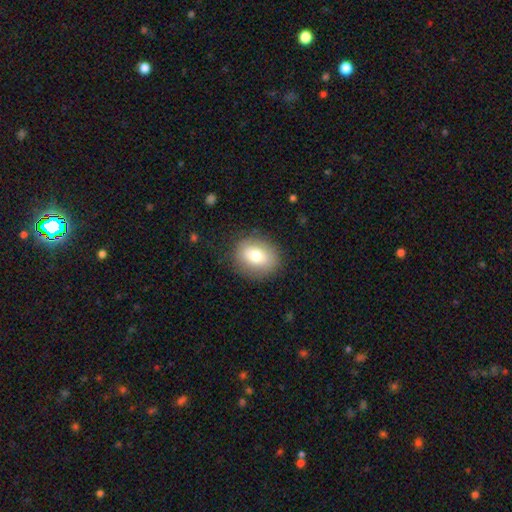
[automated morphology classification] The model was most divided on "how rounded": round: 50%, in between: 49%, cigar-shaped: 1%. More confident: merging — none (83%); smooth or featured — smooth (73%).